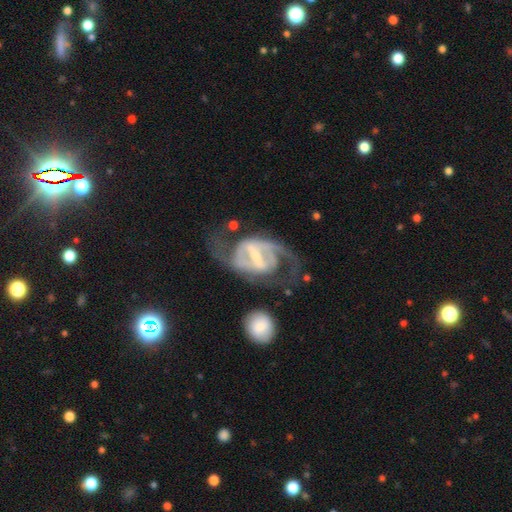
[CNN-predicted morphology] smooth_or_featured: featured or disk (p=0.88) [alt: smooth p=0.07]
disk_edge_on: no (p=0.96) [alt: yes p=0.04]
bar: strong (p=0.64) [alt: weak p=0.29]
has_spiral_arms: yes (p=0.92) [alt: no p=0.08]
spiral_winding: medium (p=0.54) [alt: loose p=0.24]
spiral_arm_count: 2 (p=0.87) [alt: can't tell p=0.06]
bulge_size: small (p=0.53) [alt: moderate p=0.32]
merging: none (p=0.56) [alt: major disturbance p=0.21]